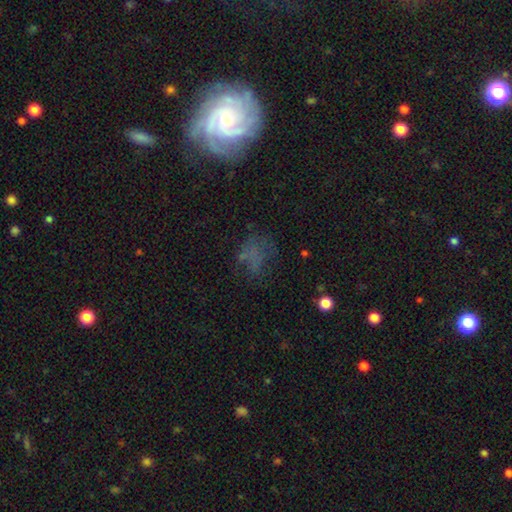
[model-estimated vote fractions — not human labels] smooth_or_featured: smooth (p=0.38) [alt: featured or disk p=0.32]
merging: none (p=0.49) [alt: major disturbance p=0.26]